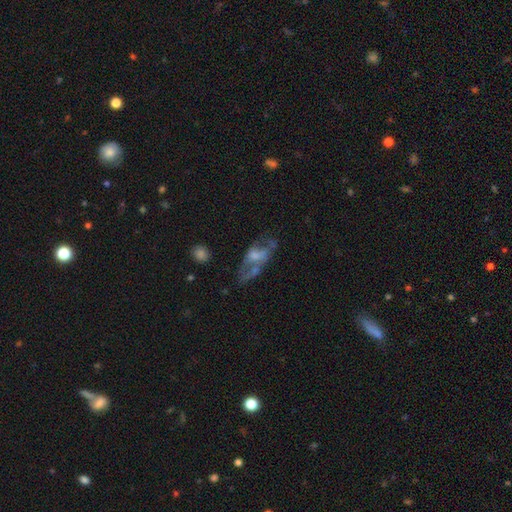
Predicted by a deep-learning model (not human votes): This appears to be a featured or disk galaxy (59%) with no bar (70%), no spiral arms (66%) and a moderate central bulge (40%). Merging: none (43%).